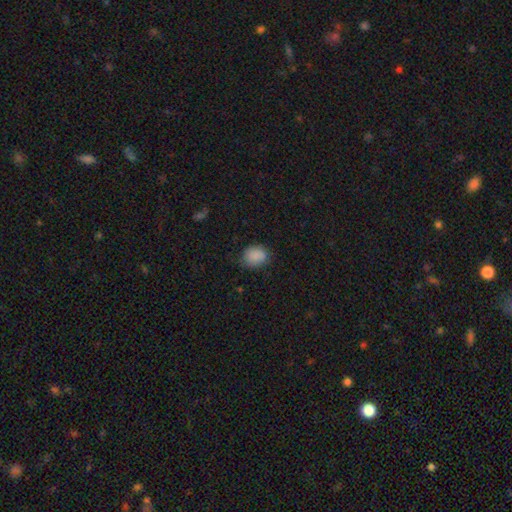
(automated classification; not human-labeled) Smooth or featured? Predicted: smooth (p=0.87). How rounded? Predicted: round (p=0.59). Merging? Predicted: none (p=0.74).